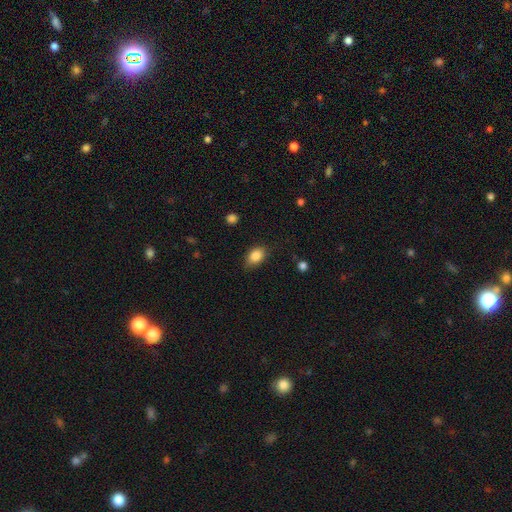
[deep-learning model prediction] smooth-or-featured: smooth: 86% | star or artifact: 8% | featured or disk: 6%
  how-rounded: in between: 78% | round: 20% | cigar-shaped: 2%
  merging: none: 74% | minor disturbance: 21% | major disturbance: 4% | merger: 1%